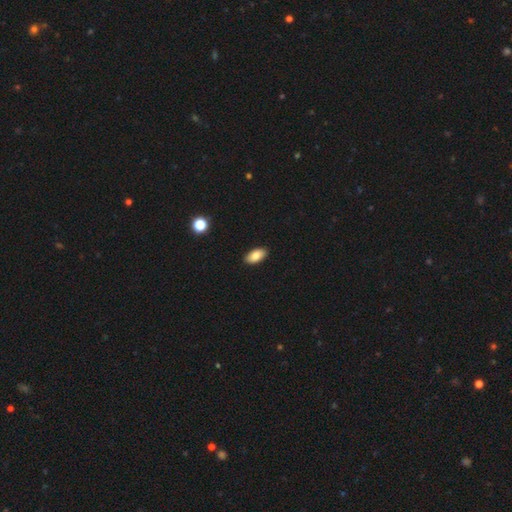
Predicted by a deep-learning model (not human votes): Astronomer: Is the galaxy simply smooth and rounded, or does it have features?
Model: smooth — 84%.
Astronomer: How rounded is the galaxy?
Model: in between — 93%.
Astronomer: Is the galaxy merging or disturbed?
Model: none — 90%.